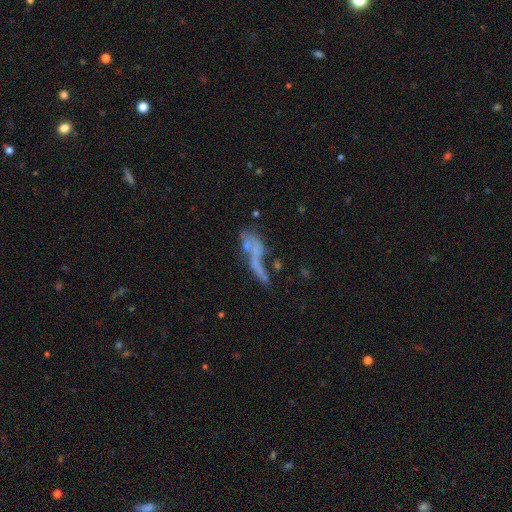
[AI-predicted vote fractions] Smooth or featured? Predicted: featured or disk (p=0.49). Merging? Predicted: merger (p=0.33).